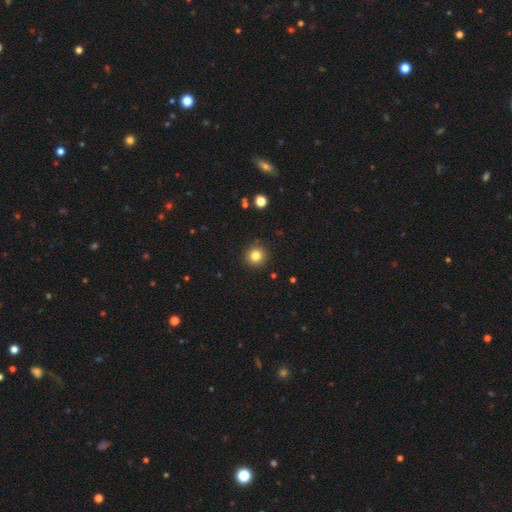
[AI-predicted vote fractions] Q: Smooth or featured?
A: smooth (83%); runner-up: star or artifact (11%)
Q: How rounded?
A: round (95%); runner-up: in between (4%)
Q: Merging?
A: none (91%); runner-up: minor disturbance (6%)